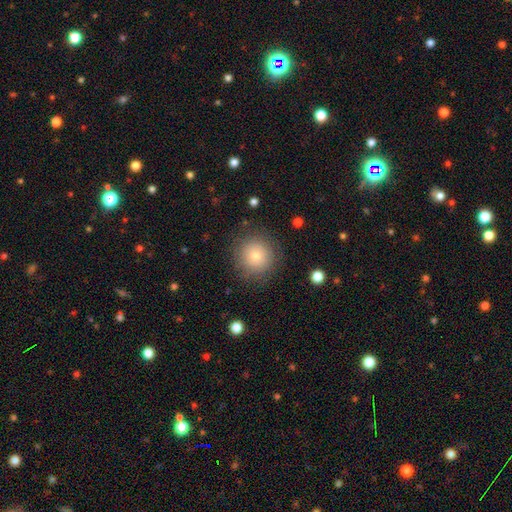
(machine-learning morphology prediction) Smooth or featured? smooth (75%)
How rounded? round (94%)
Merging? none (86%)